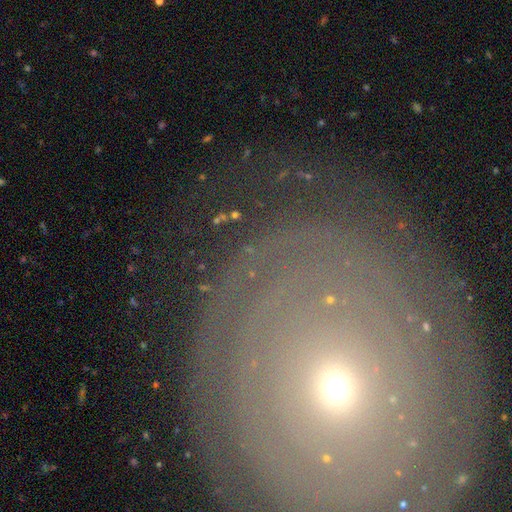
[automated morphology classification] Smooth or featured? featured or disk (70%)
Edge-on disk? no (95%)
Bar? no (83%)
Spiral arms? yes (72%)
Bulge size? small (71%)
Merging? none (79%)